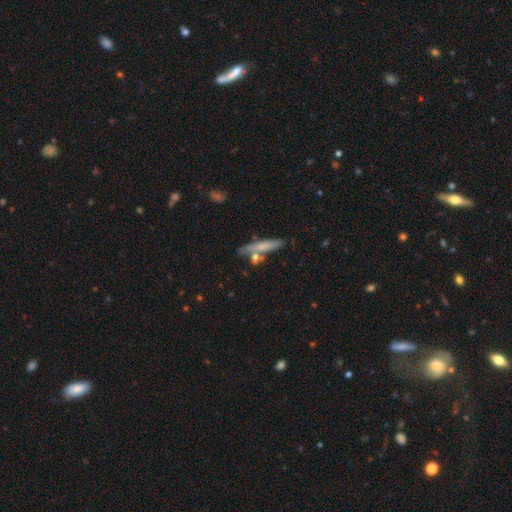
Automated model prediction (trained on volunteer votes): A smooth galaxy with no disk features (57%) that is cigar-shaped (85%).

Vote fractions:
- Smooth or featured? smooth: 57% / featured or disk: 34% / star or artifact: 9%
- How rounded? cigar-shaped: 85% / in between: 12% / round: 4%
- Merging? none: 69% / merger: 14% / minor disturbance: 13% / major disturbance: 4%